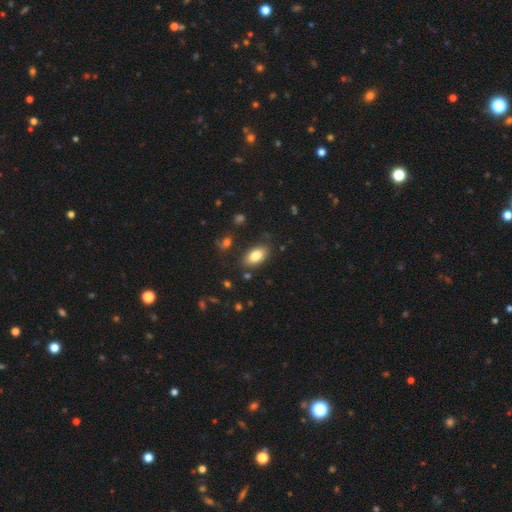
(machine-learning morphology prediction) smooth 83%, featured or disk 9%, star or artifact 8%. Down the decision tree: how rounded — in between (92%); merging — none (83%).